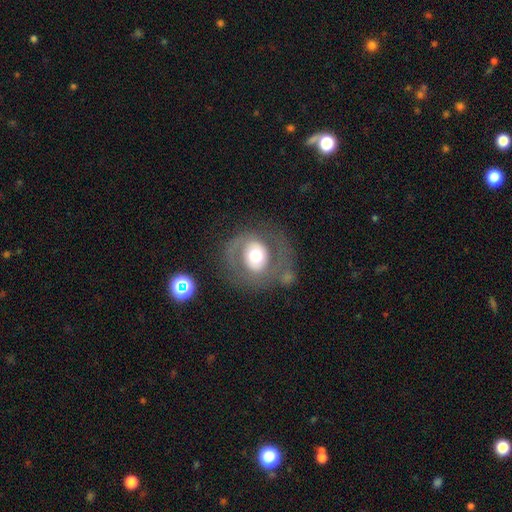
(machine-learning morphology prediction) smooth-or-featured: featured or disk: 58% | smooth: 34% | star or artifact: 8%
  disk-edge-on: no: 96% | yes: 4%
    bar: no: 68% | weak: 23% | strong: 9%
    has-spiral-arms: yes: 55% | no: 45%
    bulge-size: moderate: 48% | large: 39% | dominant: 7% | small: 4% | none: 1%
  merging: none: 60% | major disturbance: 19% | minor disturbance: 17% | merger: 4%